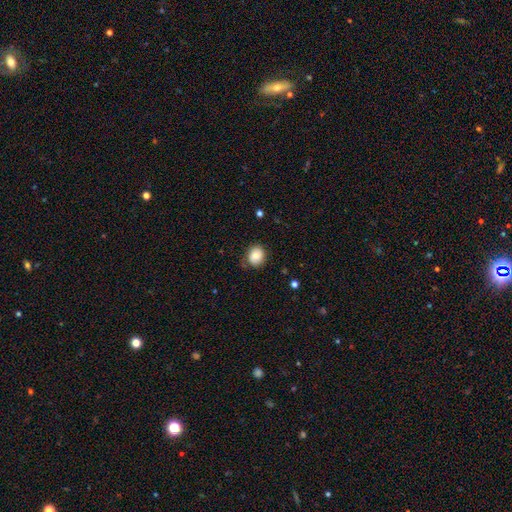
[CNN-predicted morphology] Smooth or featured: smooth — 79% (featured or disk — 12%)
How rounded: round — 67% (in between — 32%)
Merging: none — 76% (minor disturbance — 18%)